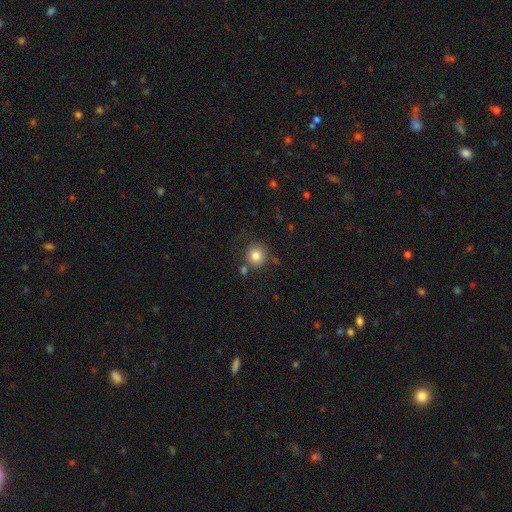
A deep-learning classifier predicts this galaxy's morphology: smooth_or_featured: smooth (p=0.82) [alt: star or artifact p=0.10]
how_rounded: round (p=0.91) [alt: in between p=0.09]
merging: none (p=0.75) [alt: minor disturbance p=0.12]